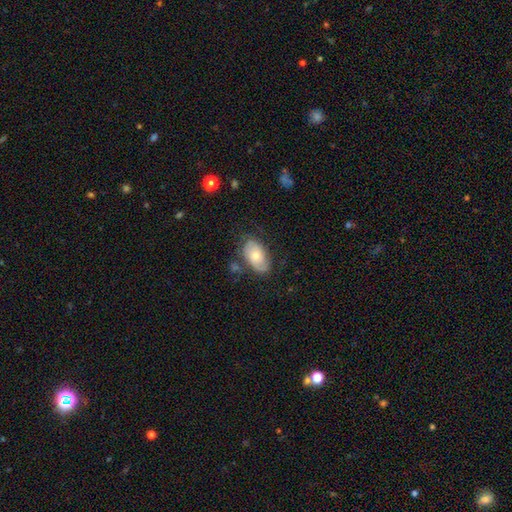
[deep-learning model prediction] Overall: smooth (51%; featured or disk 42%). How rounded: in between (91%). Merging: none (64%).